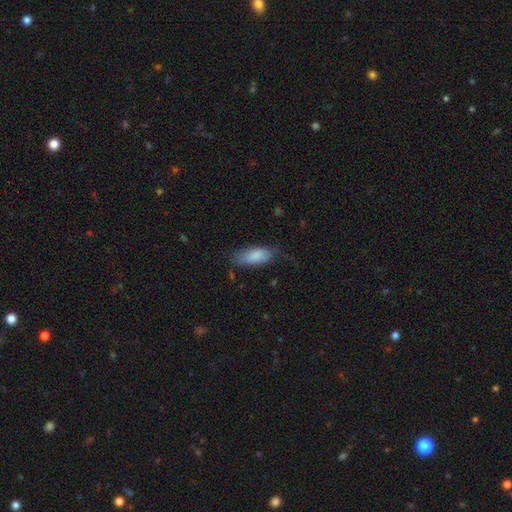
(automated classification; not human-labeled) smooth 83%, featured or disk 11%, star or artifact 7%. Down the decision tree: how rounded — in between (79%); merging — none (61%).